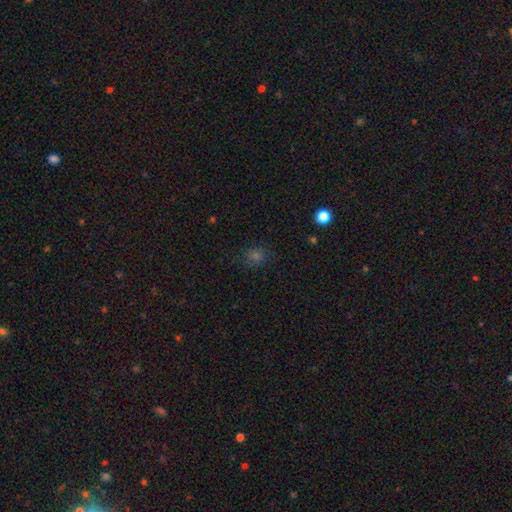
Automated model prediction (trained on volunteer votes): The model was most divided on "smooth or featured": smooth: 62%, star or artifact: 28%, featured or disk: 9%. More confident: merging — none (82%); how rounded — round (70%).